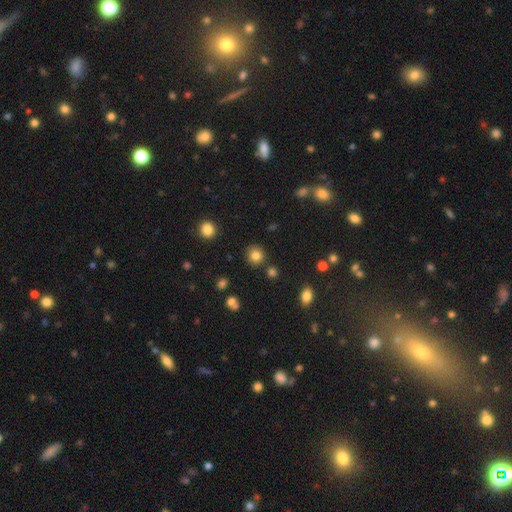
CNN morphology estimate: This is clearly a smooth galaxy (81%). How rounded: clearly round (90%). Merging: clearly none (86%).